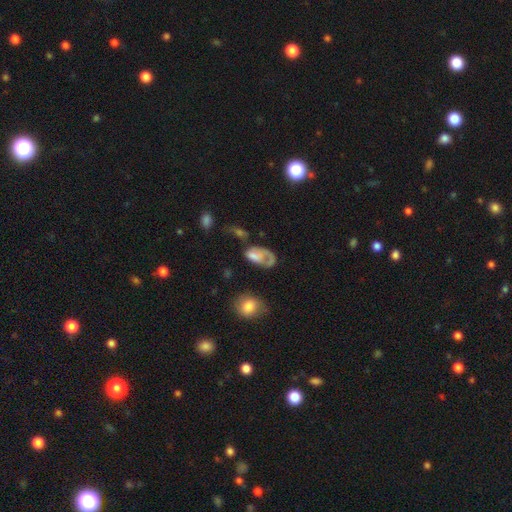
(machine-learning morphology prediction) Q: Smooth or featured?
A: smooth (53%); runner-up: featured or disk (37%)
Q: How rounded?
A: in between (88%); runner-up: round (9%)
Q: Merging?
A: major disturbance (40%); runner-up: none (29%)